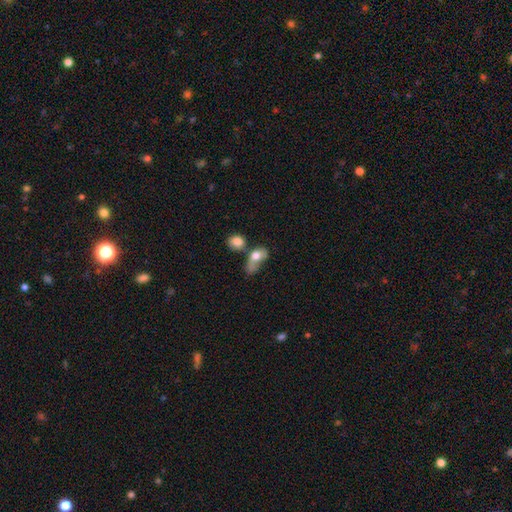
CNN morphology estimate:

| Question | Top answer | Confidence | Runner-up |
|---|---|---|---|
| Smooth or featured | smooth | 71% | featured or disk (21%) |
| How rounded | in between | 68% | round (28%) |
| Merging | merger | 46% | major disturbance (22%) |